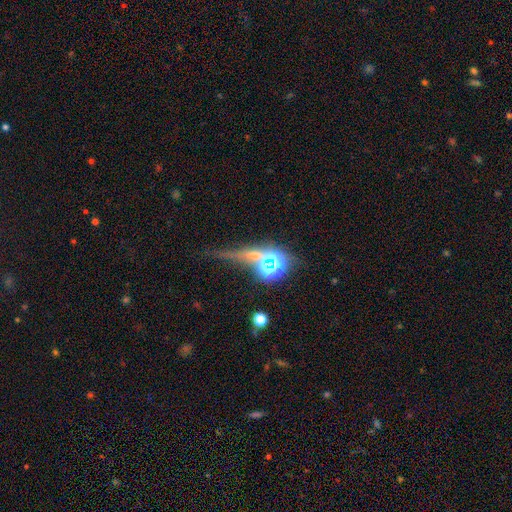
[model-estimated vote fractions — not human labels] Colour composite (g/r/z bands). It shows a star or artifact, not a galaxy (54%).